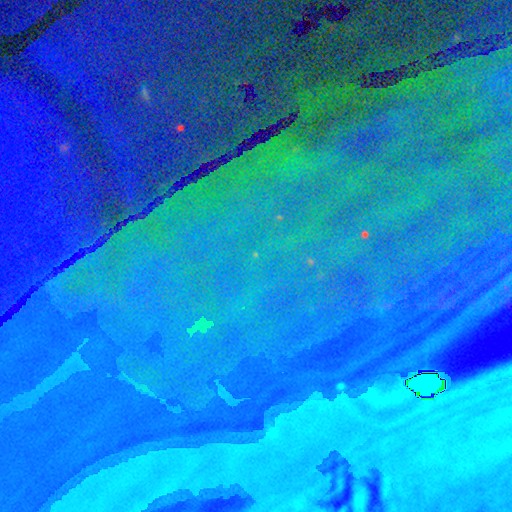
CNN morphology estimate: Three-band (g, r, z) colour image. It shows a star or artifact, not a galaxy (86%).